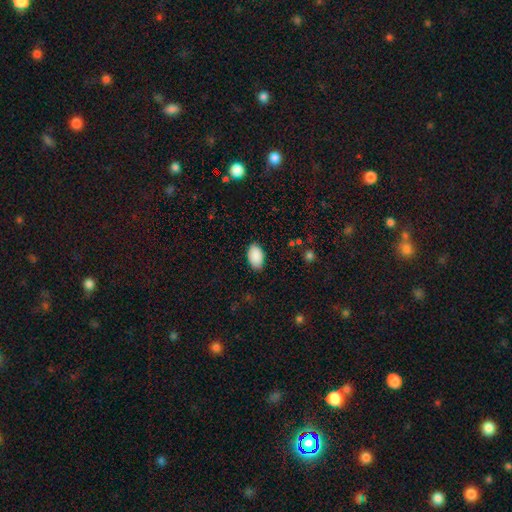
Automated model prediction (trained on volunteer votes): Smooth or featured? smooth (90%)
How rounded? in between (94%)
Merging? none (85%)